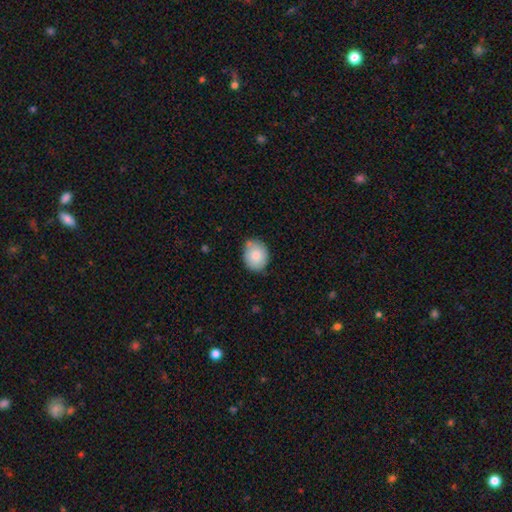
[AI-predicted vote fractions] A smooth galaxy with no disk features (81%) that is round (56%). Merging: none (72%).